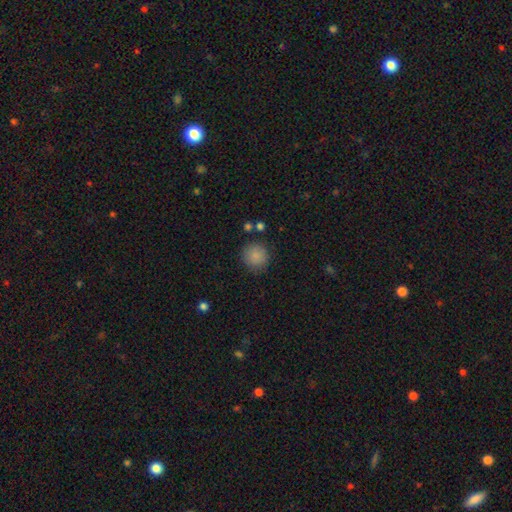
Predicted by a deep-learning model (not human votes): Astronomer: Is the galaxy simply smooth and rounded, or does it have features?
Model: smooth — 87%.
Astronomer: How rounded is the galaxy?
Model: round — 94%.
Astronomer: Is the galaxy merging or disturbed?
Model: none — 85%.